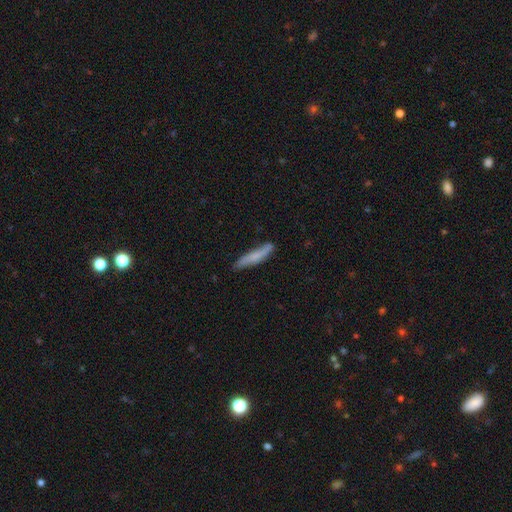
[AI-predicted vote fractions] Q: Smooth or featured?
A: smooth (61%); runner-up: featured or disk (32%)
Q: How rounded?
A: cigar-shaped (88%); runner-up: in between (10%)
Q: Merging?
A: none (70%); runner-up: minor disturbance (23%)